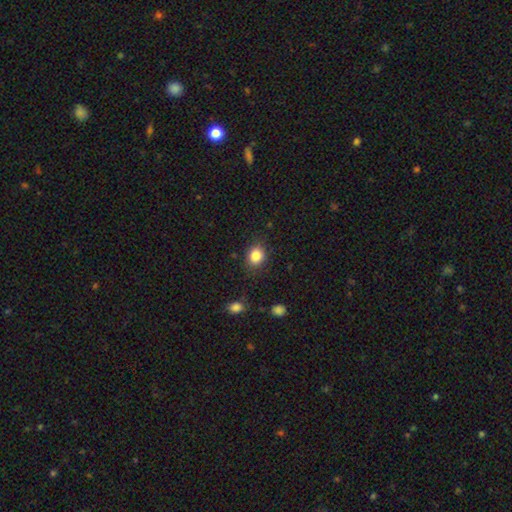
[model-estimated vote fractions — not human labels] smooth 84%, star or artifact 10%, featured or disk 6%. Down the decision tree: how rounded — round (61%); merging — none (84%).